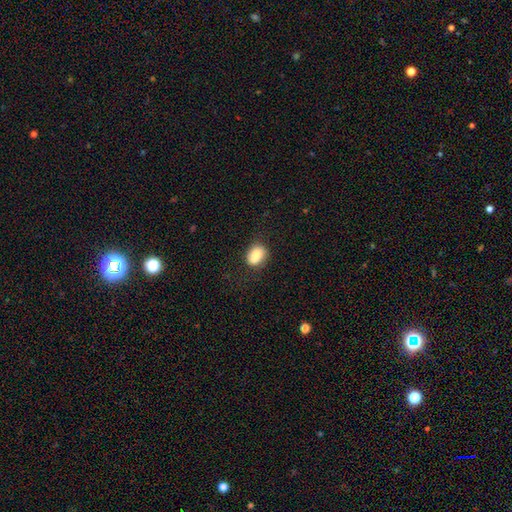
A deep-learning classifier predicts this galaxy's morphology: Q: Smooth or featured?
A: smooth (85%); runner-up: star or artifact (8%)
Q: How rounded?
A: in between (73%); runner-up: round (25%)
Q: Merging?
A: none (76%); runner-up: minor disturbance (17%)